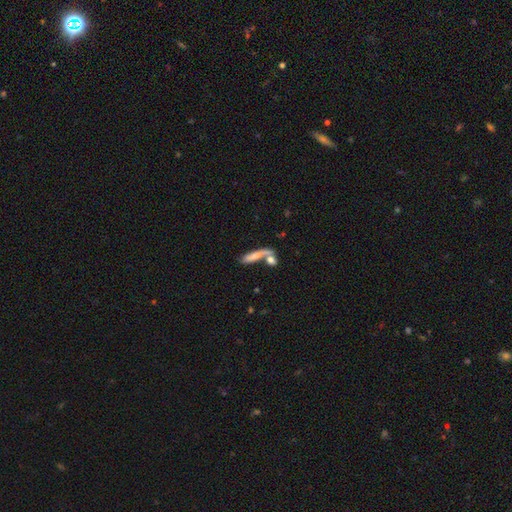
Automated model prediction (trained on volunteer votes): This appears to be a smooth galaxy with no disk features (61%) that is cigar-shaped (68%). Merging: merger (39%).